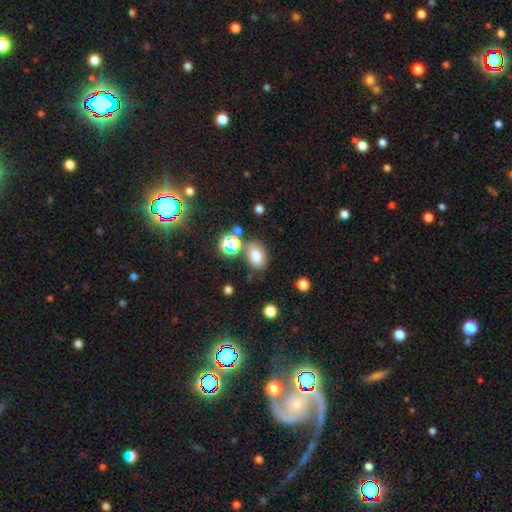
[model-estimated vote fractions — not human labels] Smooth or featured: smooth — 76% (star or artifact — 15%)
How rounded: in between — 78% (round — 21%)
Merging: none — 71% (minor disturbance — 14%)